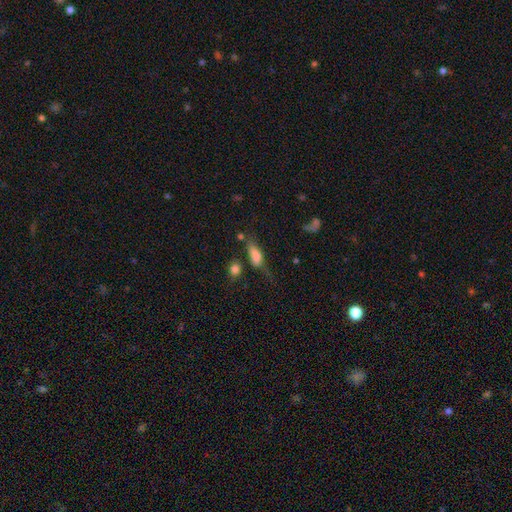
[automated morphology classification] type=smooth (69%); roundness=in between (63%); merging=none (44%).